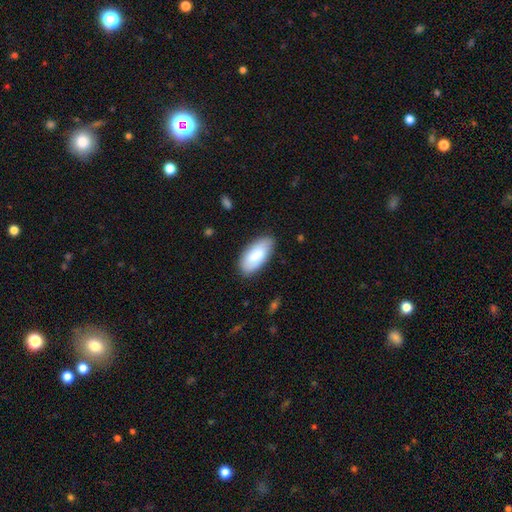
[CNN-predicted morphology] Smooth or featured: smooth — 85% (featured or disk — 10%)
How rounded: in between — 92% (cigar-shaped — 7%)
Merging: none — 84% (minor disturbance — 12%)